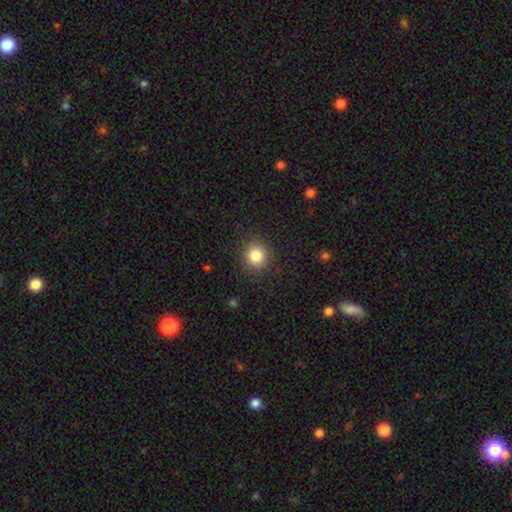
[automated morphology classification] type=smooth (84%); roundness=round (88%); merging=none (89%).